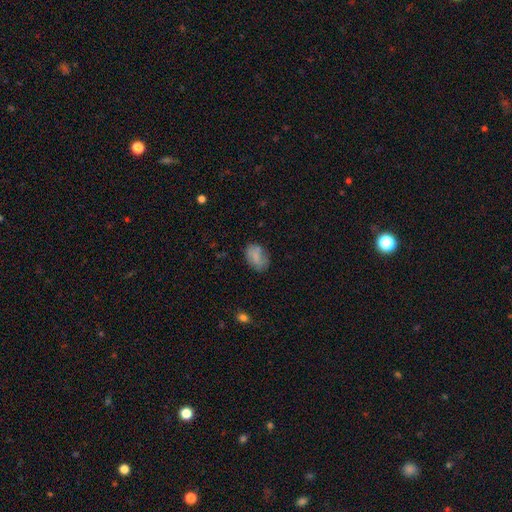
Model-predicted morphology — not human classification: This is likely a smooth galaxy (74%). How rounded: likely in between (79%). Merging: likely none (66%).